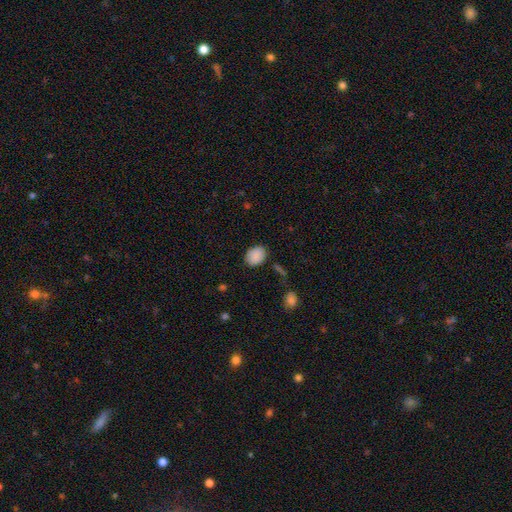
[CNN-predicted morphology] This is clearly a smooth galaxy (88%). How rounded: likely in between (62%). Merging: clearly none (82%).